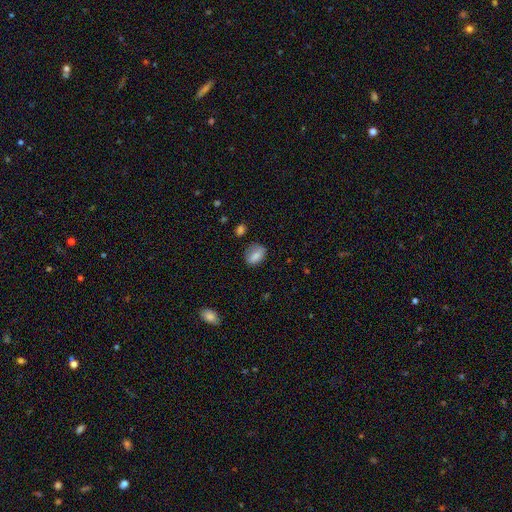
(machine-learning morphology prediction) A smooth galaxy with no disk features (81%) that is in between round and cigar-shaped (75%).

Vote fractions:
- Smooth or featured? smooth: 81% / featured or disk: 10% / star or artifact: 9%
- How rounded? in between: 75% / round: 22% / cigar-shaped: 3%
- Merging? none: 68% / minor disturbance: 22% / major disturbance: 7% / merger: 2%